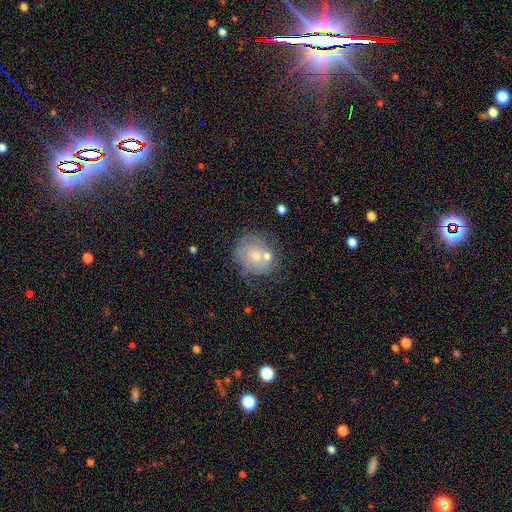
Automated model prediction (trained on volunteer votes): Morphology: type=featured or disk (50%); merging=none (55%).